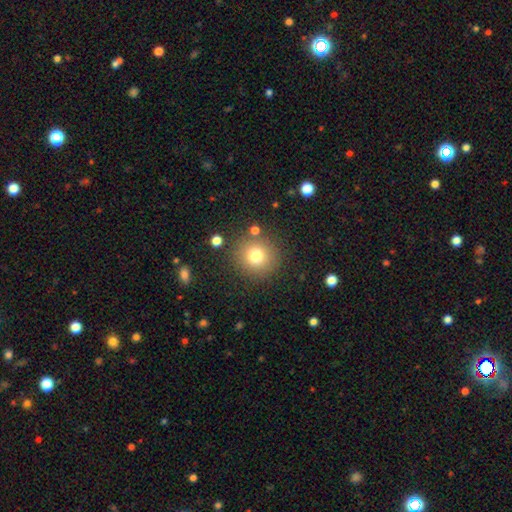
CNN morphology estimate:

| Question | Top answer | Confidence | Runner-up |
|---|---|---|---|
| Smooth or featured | smooth | 77% | star or artifact (13%) |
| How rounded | round | 94% | in between (5%) |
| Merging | none | 85% | minor disturbance (8%) |